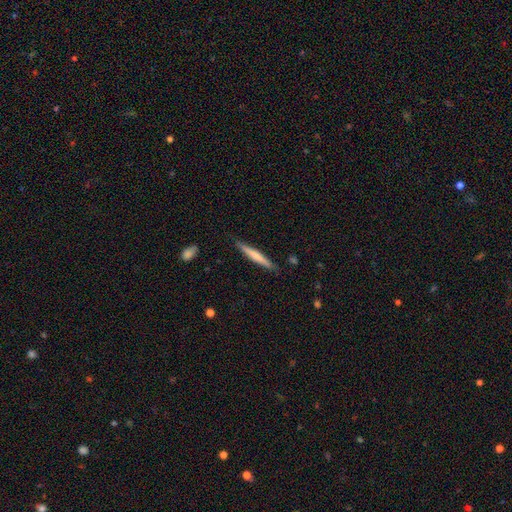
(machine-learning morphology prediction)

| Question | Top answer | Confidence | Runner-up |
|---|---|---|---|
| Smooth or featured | smooth | 57% | featured or disk (38%) |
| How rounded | cigar-shaped | 95% | in between (3%) |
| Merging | none | 87% | minor disturbance (10%) |